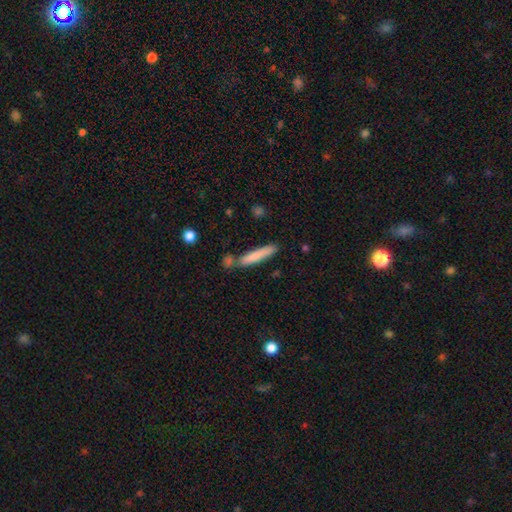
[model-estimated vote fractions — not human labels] smooth-or-featured: smooth: 77% | featured or disk: 17% | star or artifact: 6%
  how-rounded: cigar-shaped: 91% | in between: 7% | round: 1%
  merging: none: 70% | minor disturbance: 14% | merger: 12% | major disturbance: 3%